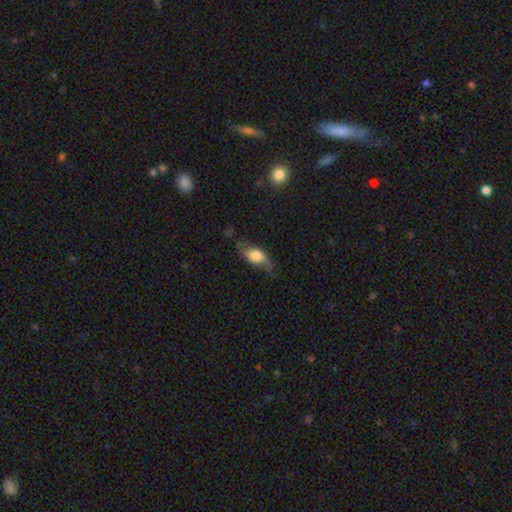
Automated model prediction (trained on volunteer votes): Smooth or featured? smooth (57%)
How rounded? in between (79%)
Merging? none (59%)